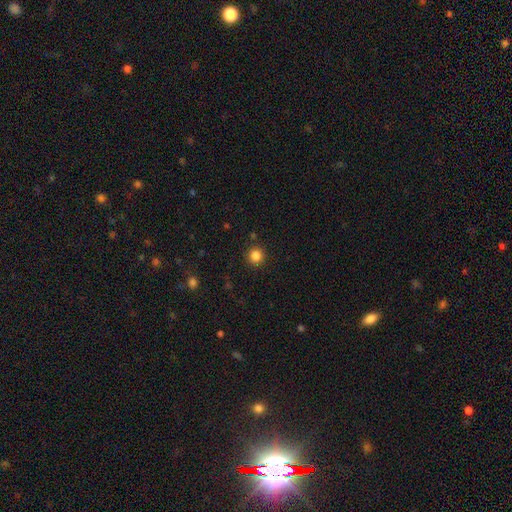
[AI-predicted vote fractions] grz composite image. It shows a smooth galaxy with no disk features (84%) that is round (94%). Merging: none (91%).